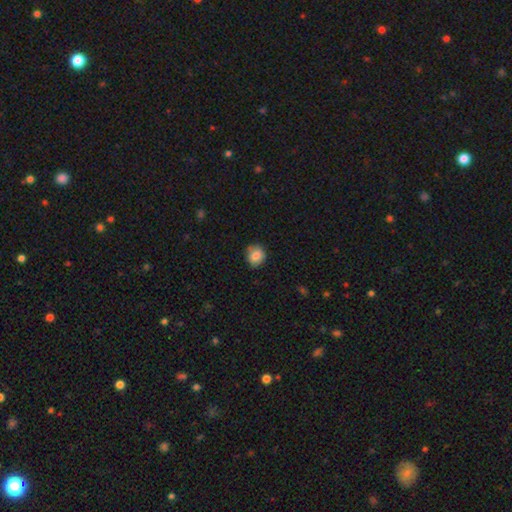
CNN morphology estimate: Smooth or featured? Predicted: smooth (p=0.85). How rounded? Predicted: round (p=0.74). Merging? Predicted: none (p=0.79).